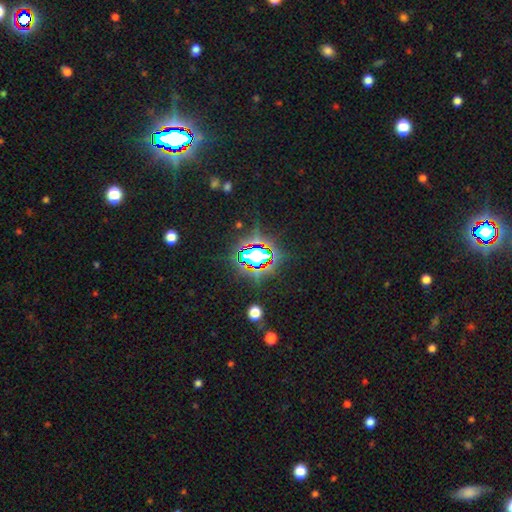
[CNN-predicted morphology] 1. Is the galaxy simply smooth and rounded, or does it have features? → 71% star or artifact, 18% smooth, 11% featured or disk.